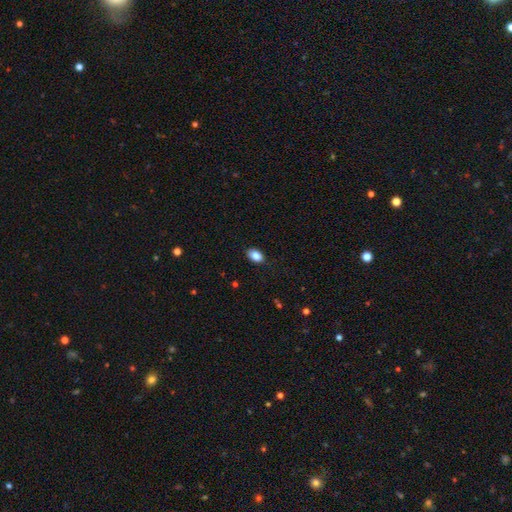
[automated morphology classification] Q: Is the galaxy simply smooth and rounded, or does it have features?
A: smooth — 87%.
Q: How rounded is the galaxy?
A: in between — 89%.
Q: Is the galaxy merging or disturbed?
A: none — 86%.